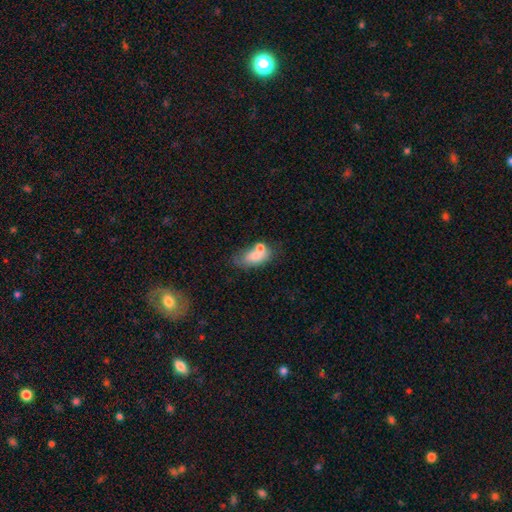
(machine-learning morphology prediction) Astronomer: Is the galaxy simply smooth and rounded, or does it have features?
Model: smooth — 70%.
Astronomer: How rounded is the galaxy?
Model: in between — 84%.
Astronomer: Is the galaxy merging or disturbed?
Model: none — 35%, tied with merger at 35%.